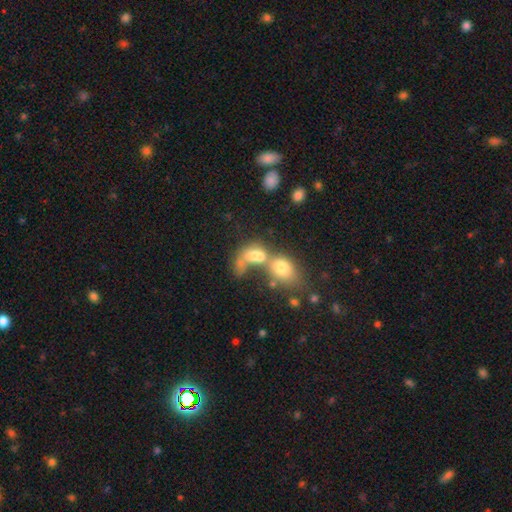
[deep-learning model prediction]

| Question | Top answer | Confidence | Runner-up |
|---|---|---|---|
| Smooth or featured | smooth | 65% | featured or disk (22%) |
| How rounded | in between | 71% | round (26%) |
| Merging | merger | 69% | none (15%) |